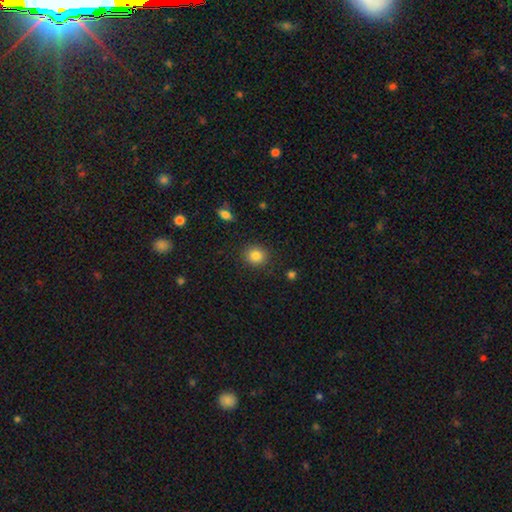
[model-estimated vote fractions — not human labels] Smooth or featured?
  - smooth: 85% *
  - star or artifact: 10%
  - featured or disk: 5%
How rounded?
  - round: 82% *
  - in between: 17%
  - cigar-shaped: 1%
Merging?
  - none: 89% *
  - minor disturbance: 7%
  - major disturbance: 2%
  - merger: 1%